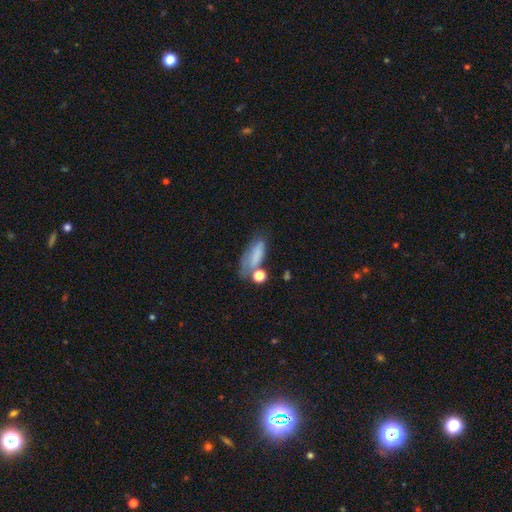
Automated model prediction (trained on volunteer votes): Smooth or featured? Predicted: smooth (p=0.69). How rounded? Predicted: in between (p=0.69). Merging? Predicted: none (p=0.39).